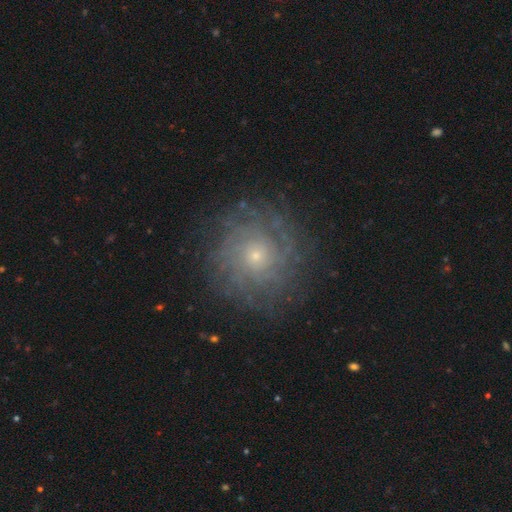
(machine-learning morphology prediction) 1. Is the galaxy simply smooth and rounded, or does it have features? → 68% featured or disk, 20% smooth, 12% star or artifact.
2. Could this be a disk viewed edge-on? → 97% no, 3% yes.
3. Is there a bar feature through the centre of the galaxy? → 85% no, 13% weak, 2% strong.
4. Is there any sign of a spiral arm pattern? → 84% yes, 16% no.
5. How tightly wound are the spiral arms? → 71% tight, 21% medium, 9% loose.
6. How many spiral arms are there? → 47% can't tell, 20% more than 4, 11% 4, 8% 3, 8% 2, 6% 1.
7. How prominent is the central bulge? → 79% small, 17% moderate, 2% large, 2% none, 1% dominant.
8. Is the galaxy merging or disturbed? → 82% none, 11% minor disturbance, 6% major disturbance, 1% merger.